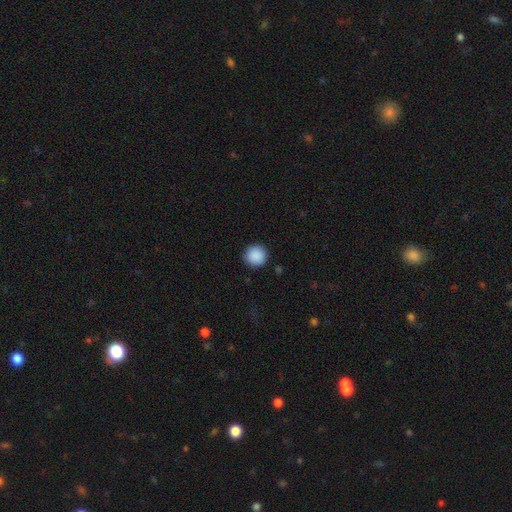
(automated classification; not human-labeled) A smooth galaxy with no disk features (90%) that is round (95%). Merging: none (91%).